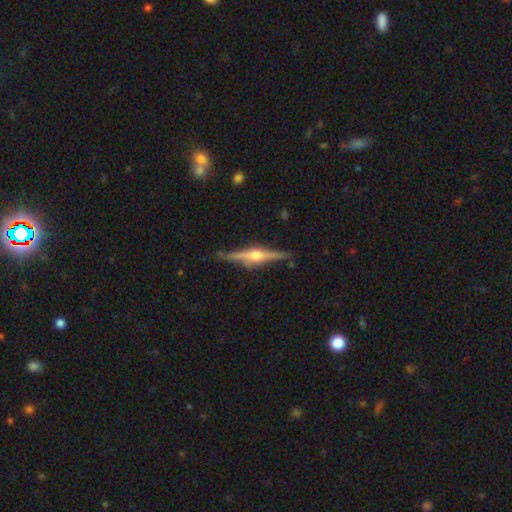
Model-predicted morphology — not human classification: smooth_or_featured: featured or disk (p=0.83) [alt: smooth p=0.11]
disk_edge_on: yes (p=0.98) [alt: no p=0.02]
edge_on_bulge: rounded (p=0.94) [alt: boxy p=0.04]
merging: none (p=0.88) [alt: minor disturbance p=0.09]